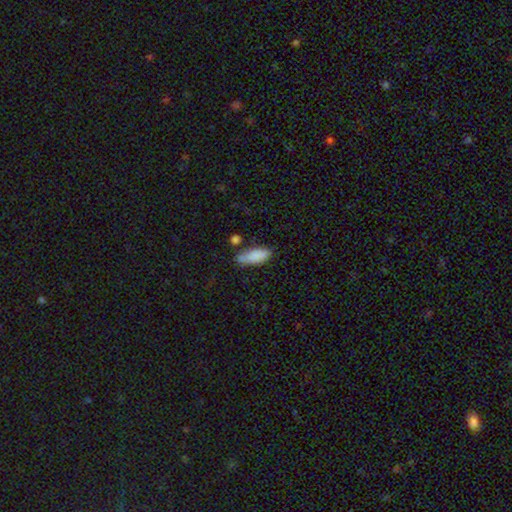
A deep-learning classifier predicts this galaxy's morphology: A smooth galaxy with no disk features (84%) that is in between round and cigar-shaped (76%).

Vote fractions:
- Smooth or featured? smooth: 84% / featured or disk: 8% / star or artifact: 7%
- How rounded? in between: 76% / cigar-shaped: 22% / round: 2%
- Merging? none: 57% / minor disturbance: 25% / merger: 11% / major disturbance: 7%